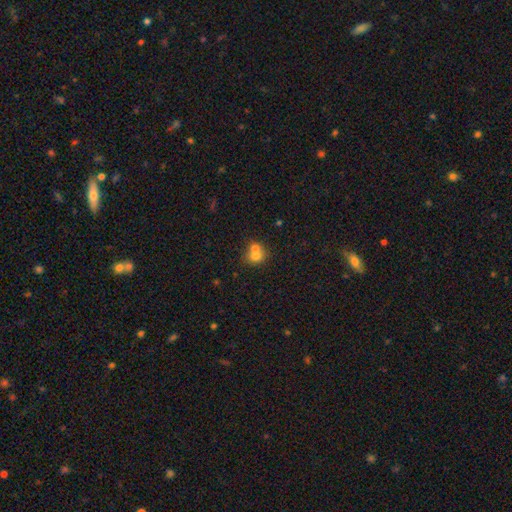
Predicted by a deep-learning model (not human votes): Morphology: type=smooth (69%); roundness=round (75%); merging=merger (61%).